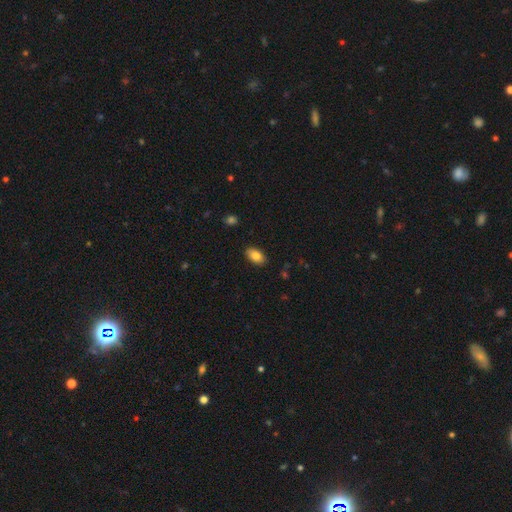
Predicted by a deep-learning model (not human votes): Q: Smooth or featured?
A: smooth (84%); runner-up: featured or disk (8%)
Q: How rounded?
A: in between (93%); runner-up: round (6%)
Q: Merging?
A: none (88%); runner-up: minor disturbance (9%)